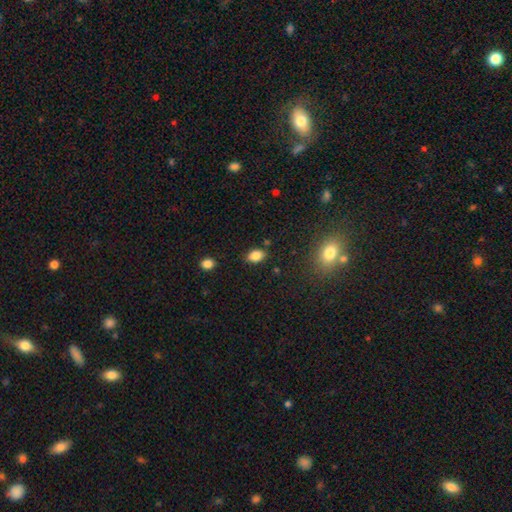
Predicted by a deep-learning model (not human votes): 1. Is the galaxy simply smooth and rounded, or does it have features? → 86% smooth, 10% star or artifact, 5% featured or disk.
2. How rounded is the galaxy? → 83% in between, 16% round, 2% cigar-shaped.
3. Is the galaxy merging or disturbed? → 83% none, 11% minor disturbance, 3% major disturbance, 2% merger.